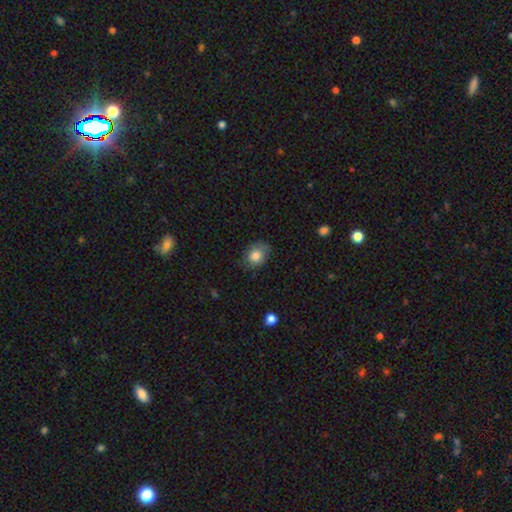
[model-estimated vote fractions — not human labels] Smooth or featured? Predicted: smooth (p=0.78). How rounded? Predicted: in between (p=0.55). Merging? Predicted: none (p=0.71).